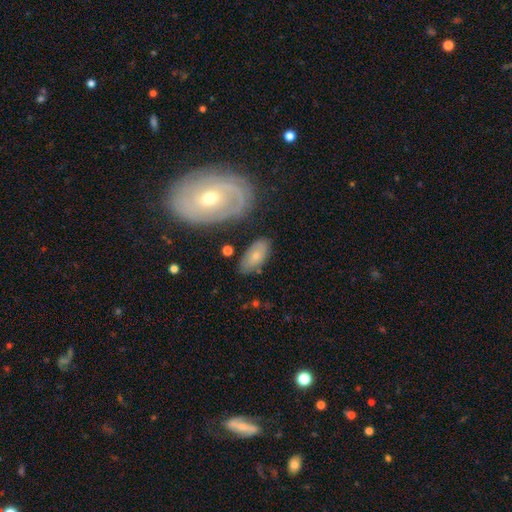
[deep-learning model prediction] Smooth or featured? Predicted: smooth (p=0.61). How rounded? Predicted: in between (p=0.91). Merging? Predicted: none (p=0.73).